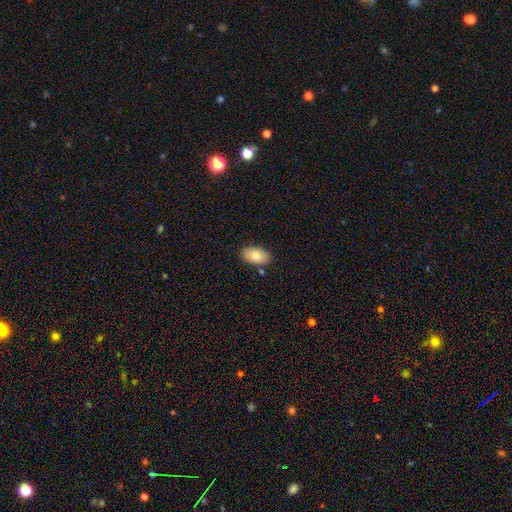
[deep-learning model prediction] A smooth galaxy with no disk features (79%) that is in between round and cigar-shaped (92%).

Vote fractions:
- Smooth or featured? smooth: 79% / featured or disk: 14% / star or artifact: 7%
- How rounded? in between: 92% / round: 7% / cigar-shaped: 1%
- Merging? none: 82% / minor disturbance: 12% / merger: 4% / major disturbance: 2%